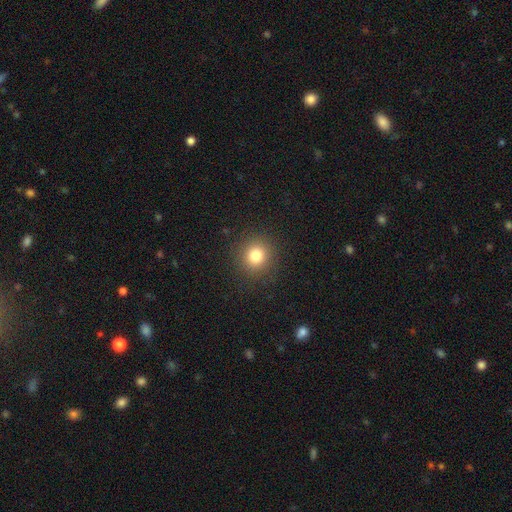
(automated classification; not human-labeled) A smooth galaxy with no disk features (80%) that is round (90%).

Vote fractions:
- Smooth or featured? smooth: 80% / star or artifact: 13% / featured or disk: 7%
- How rounded? round: 90% / in between: 9% / cigar-shaped: 1%
- Merging? none: 90% / minor disturbance: 6% / major disturbance: 3% / merger: 1%